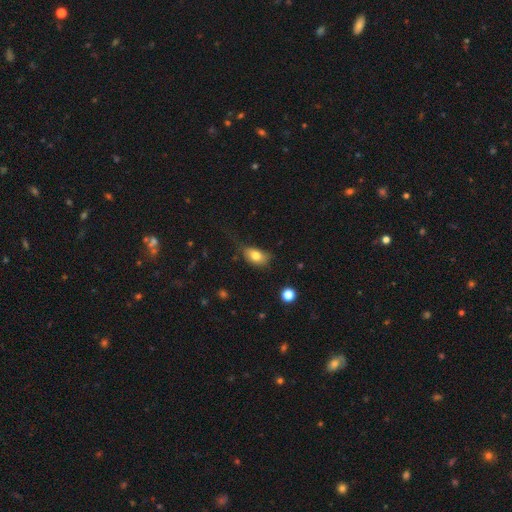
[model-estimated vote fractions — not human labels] This appears to be a smooth galaxy with no disk features (78%) that is in between round and cigar-shaped (84%). Merging: none (46%).